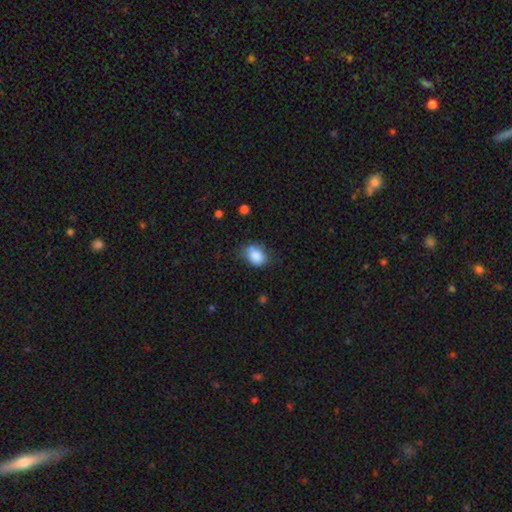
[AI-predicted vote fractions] Morphology: type=smooth (86%); roundness=in between (71%); merging=none (66%).